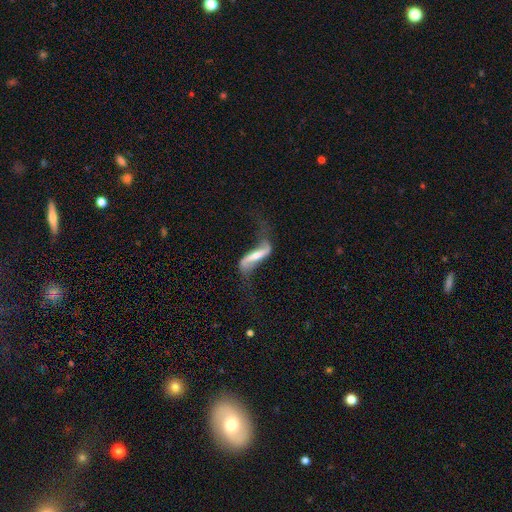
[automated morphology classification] A featured or disk galaxy (77%) with a strong bar (59%), 2 (90%) loose (91%) spiral arms (89%) and a small central bulge (46%). Merging: none (47%).